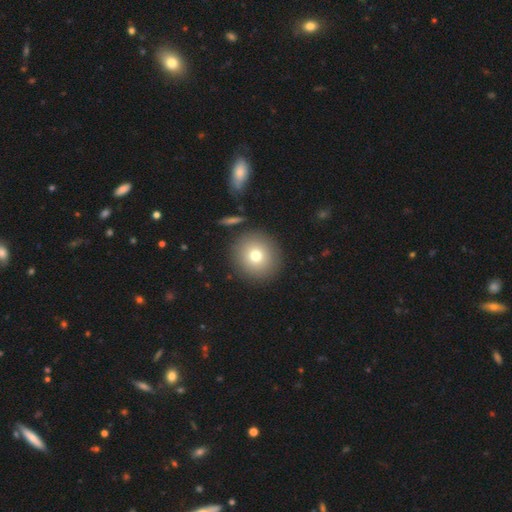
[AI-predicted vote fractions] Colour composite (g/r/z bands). It shows a smooth galaxy with no disk features (75%) that is round (92%). Merging: none (89%).